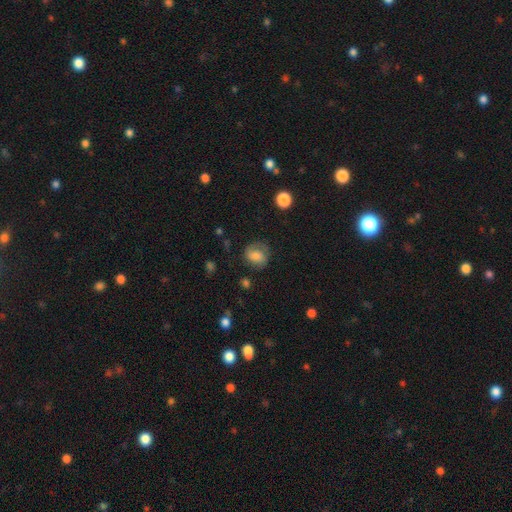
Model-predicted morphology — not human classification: smooth_or_featured: smooth (p=0.55) [alt: featured or disk p=0.35]
how_rounded: round (p=0.61) [alt: in between p=0.38]
merging: none (p=0.62) [alt: minor disturbance p=0.22]